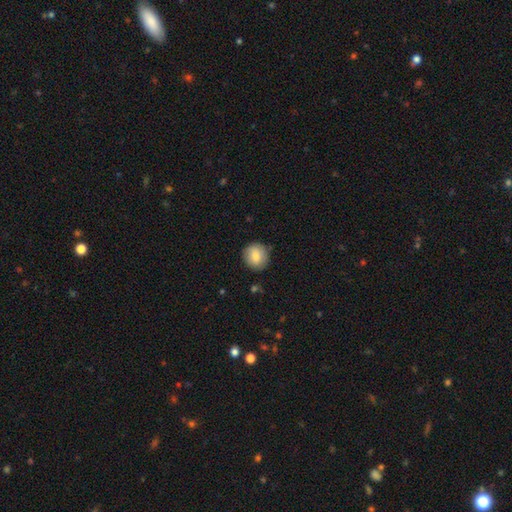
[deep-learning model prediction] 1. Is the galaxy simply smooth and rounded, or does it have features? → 80% smooth, 12% featured or disk, 7% star or artifact.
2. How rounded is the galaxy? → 85% round, 14% in between, 1% cigar-shaped.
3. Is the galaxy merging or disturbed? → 84% none, 12% minor disturbance, 3% major disturbance, 1% merger.